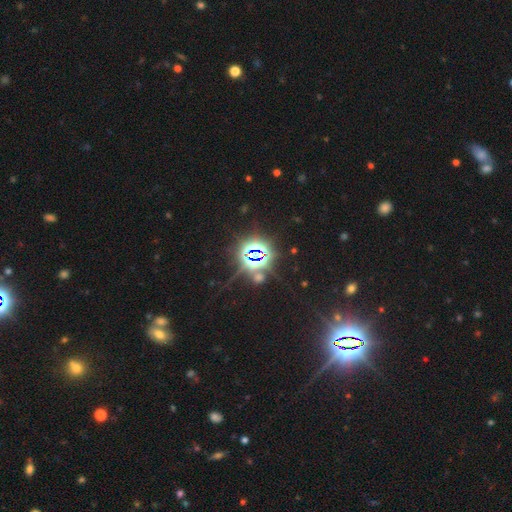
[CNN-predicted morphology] This appears to be a star or artifact, not a galaxy (83%).